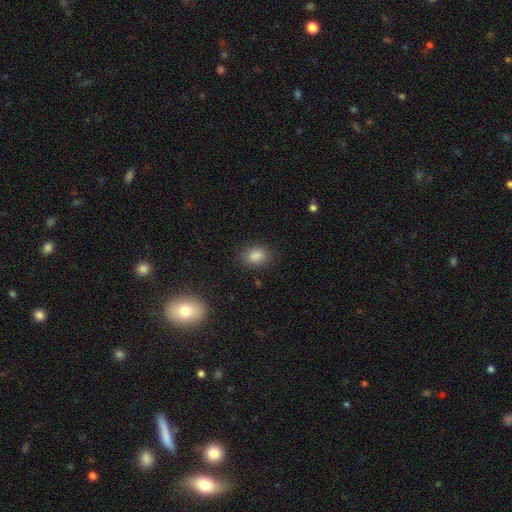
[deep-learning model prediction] Overall: smooth (84%). How rounded: in between (75%). Merging: none (86%).